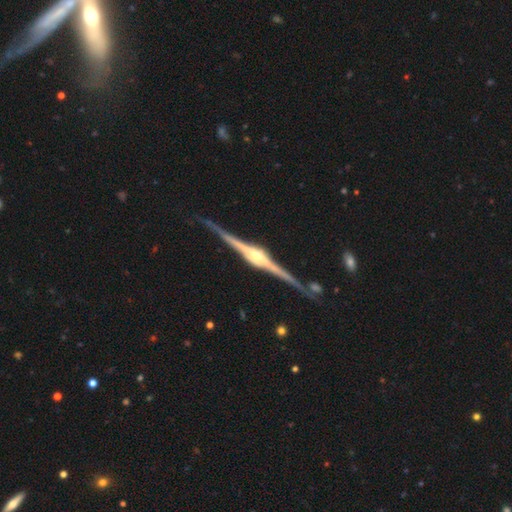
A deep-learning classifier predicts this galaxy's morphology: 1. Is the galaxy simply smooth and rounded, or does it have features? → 92% featured or disk, 4% star or artifact, 4% smooth.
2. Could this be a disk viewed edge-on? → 98% yes, 2% no.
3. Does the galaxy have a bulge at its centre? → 76% rounded, 21% boxy, 3% none.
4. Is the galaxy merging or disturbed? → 86% none, 10% minor disturbance, 2% major disturbance, 2% merger.